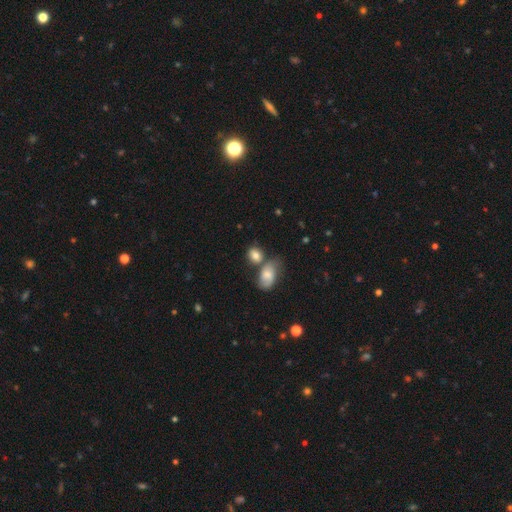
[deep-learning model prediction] This is likely a smooth galaxy (78%). How rounded: possibly round (49%, tied with in between). Merging: possibly none (46%).